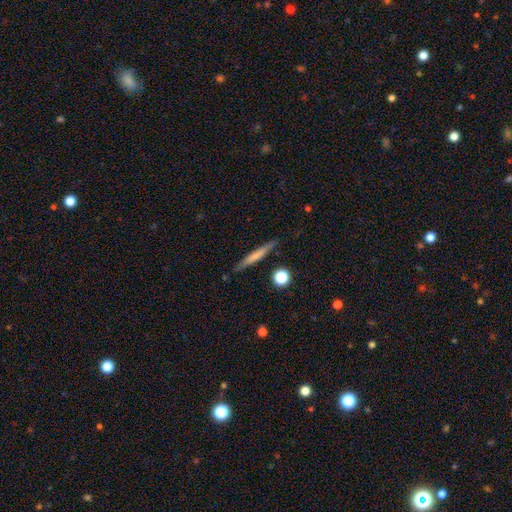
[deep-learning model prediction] A smooth galaxy with no disk features (58%) that is cigar-shaped (94%).

Vote fractions:
- Smooth or featured? smooth: 58% / featured or disk: 35% / star or artifact: 7%
- How rounded? cigar-shaped: 94% / in between: 4% / round: 2%
- Merging? none: 86% / minor disturbance: 10% / major disturbance: 2% / merger: 2%